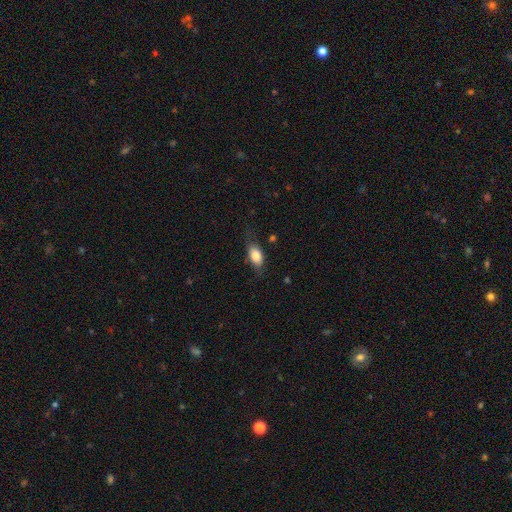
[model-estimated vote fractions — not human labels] Q: Smooth or featured?
A: smooth (80%); runner-up: featured or disk (13%)
Q: How rounded?
A: in between (86%); runner-up: round (7%)
Q: Merging?
A: none (65%); runner-up: minor disturbance (24%)